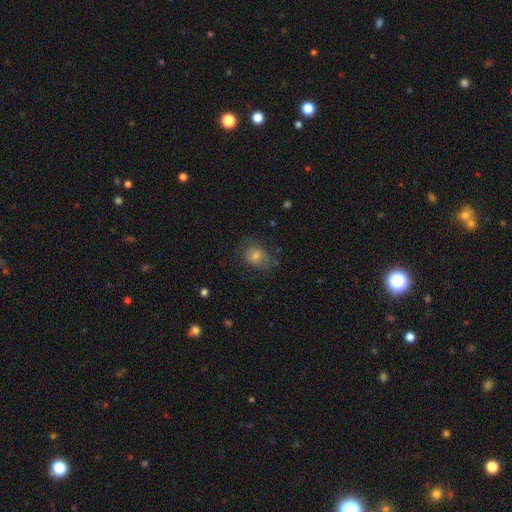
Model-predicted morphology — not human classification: smooth_or_featured: smooth (p=0.63) [alt: featured or disk p=0.22]
how_rounded: round (p=0.56) [alt: in between p=0.43]
merging: none (p=0.68) [alt: minor disturbance p=0.20]